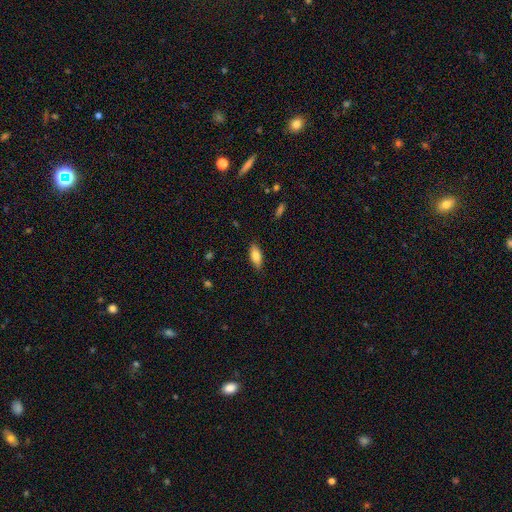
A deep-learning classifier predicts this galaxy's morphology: Smooth or featured?
  - smooth: 79% *
  - featured or disk: 14%
  - star or artifact: 7%
How rounded?
  - in between: 78% *
  - cigar-shaped: 20%
  - round: 2%
Merging?
  - none: 84% *
  - minor disturbance: 12%
  - major disturbance: 2%
  - merger: 1%